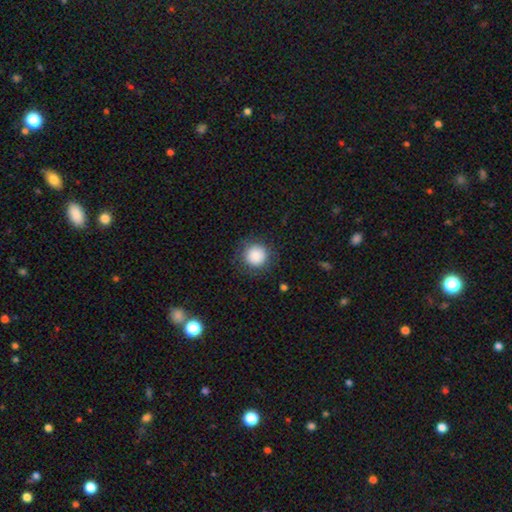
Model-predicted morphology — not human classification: A smooth galaxy with no disk features (87%) that is round (94%). Merging: none (86%).